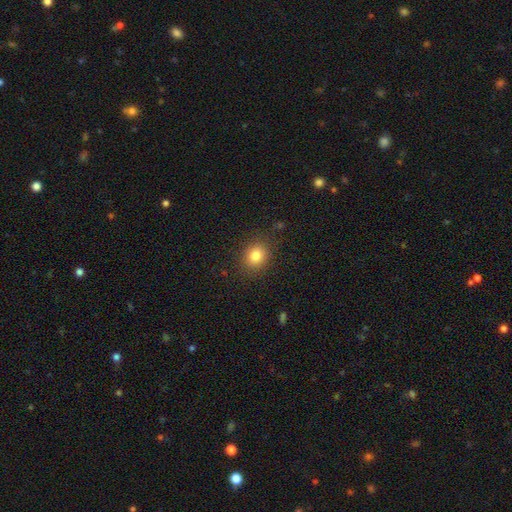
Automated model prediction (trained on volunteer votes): Smooth or featured?
  - smooth: 82% *
  - star or artifact: 11%
  - featured or disk: 6%
How rounded?
  - round: 70% *
  - in between: 29%
  - cigar-shaped: 1%
Merging?
  - none: 86% *
  - minor disturbance: 9%
  - major disturbance: 3%
  - merger: 1%